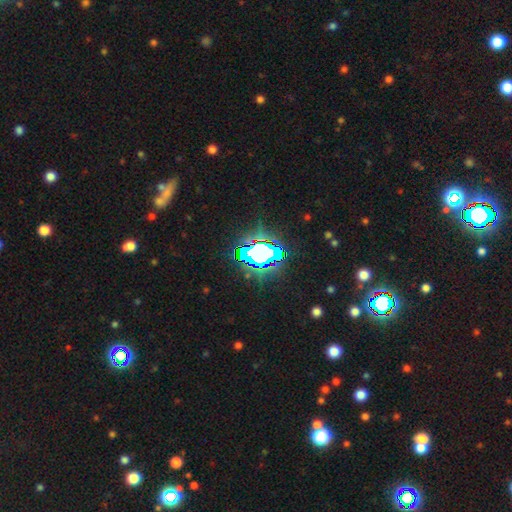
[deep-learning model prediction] The model was most divided on "smooth or featured": star or artifact: 79%, smooth: 12%, featured or disk: 9%.